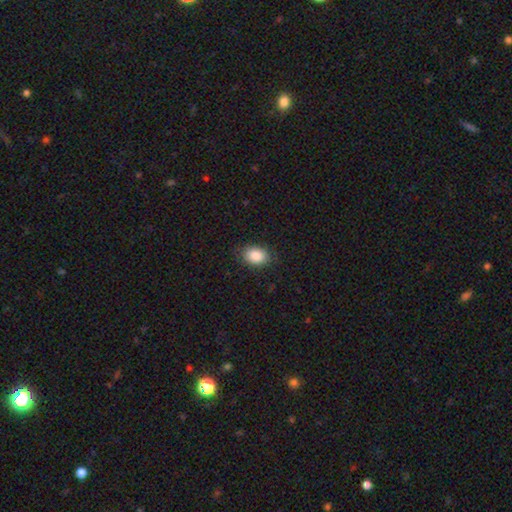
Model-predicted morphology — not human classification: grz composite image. It shows a smooth galaxy with no disk features (88%) that is in between round and cigar-shaped (80%). Merging: none (84%).